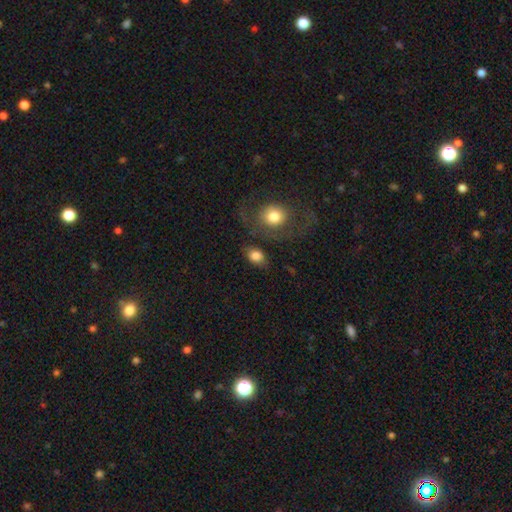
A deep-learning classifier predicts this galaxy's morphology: Overall: smooth (80%). How rounded: in between (71%). Merging: none (65%).